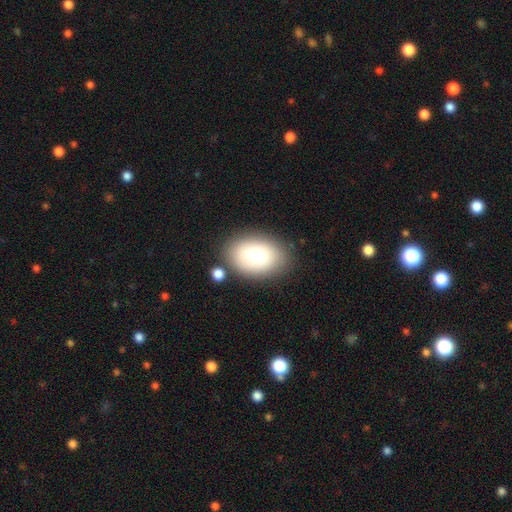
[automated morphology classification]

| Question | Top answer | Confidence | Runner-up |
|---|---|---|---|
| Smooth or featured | smooth | 70% | featured or disk (22%) |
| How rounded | in between | 86% | round (13%) |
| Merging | none | 76% | minor disturbance (13%) |